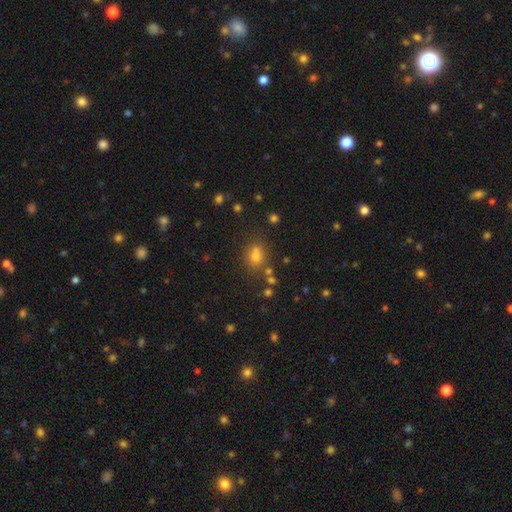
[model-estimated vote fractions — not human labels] Smooth or featured?
  - smooth: 64% *
  - star or artifact: 25%
  - featured or disk: 11%
How rounded?
  - round: 62% *
  - in between: 36%
  - cigar-shaped: 1%
Merging?
  - none: 61% *
  - merger: 22%
  - minor disturbance: 12%
  - major disturbance: 5%